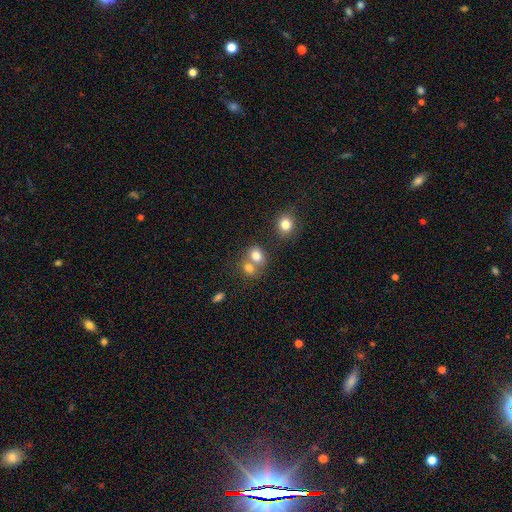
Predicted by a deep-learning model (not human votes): smooth_or_featured: smooth (p=0.78) [alt: star or artifact p=0.11]
how_rounded: round (p=0.52) [alt: in between p=0.47]
merging: merger (p=0.52) [alt: none p=0.36]